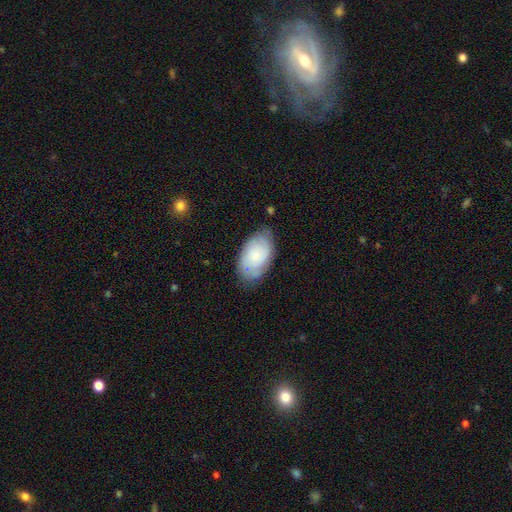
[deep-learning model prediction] Smooth or featured? Predicted: smooth (p=0.55). How rounded? Predicted: in between (p=0.93). Merging? Predicted: none (p=0.68).